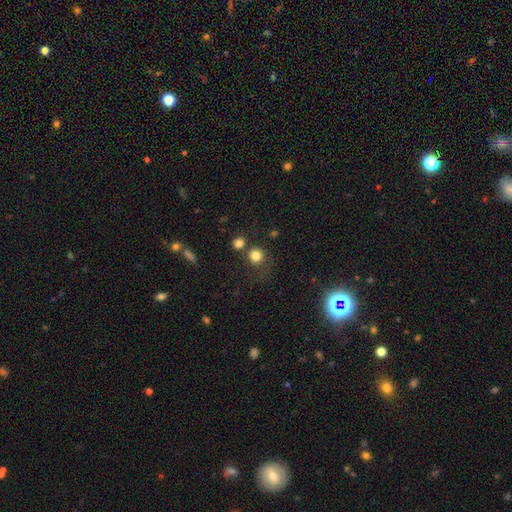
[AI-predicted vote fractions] Q: Smooth or featured?
A: smooth (80%); runner-up: star or artifact (14%)
Q: How rounded?
A: round (90%); runner-up: in between (9%)
Q: Merging?
A: none (67%); runner-up: merger (17%)